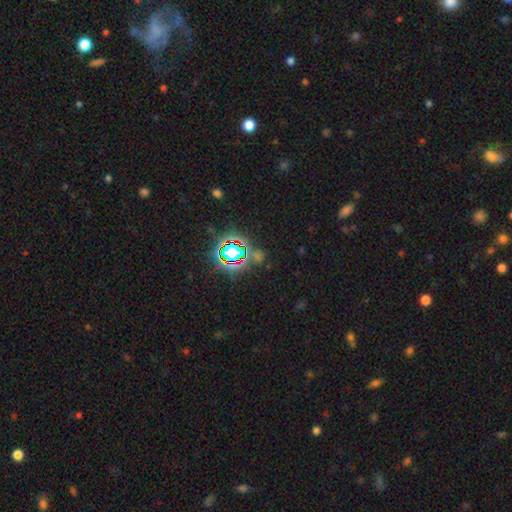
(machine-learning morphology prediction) Overall: star or artifact (73%).